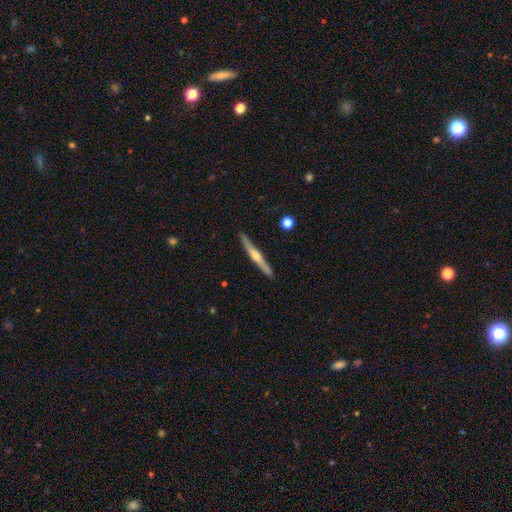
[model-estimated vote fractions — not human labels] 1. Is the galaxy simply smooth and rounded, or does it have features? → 71% featured or disk, 23% smooth, 5% star or artifact.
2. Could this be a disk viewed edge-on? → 98% yes, 2% no.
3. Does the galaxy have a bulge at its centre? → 88% rounded, 9% none, 4% boxy.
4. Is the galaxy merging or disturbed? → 91% none, 7% minor disturbance, 1% major disturbance, 1% merger.